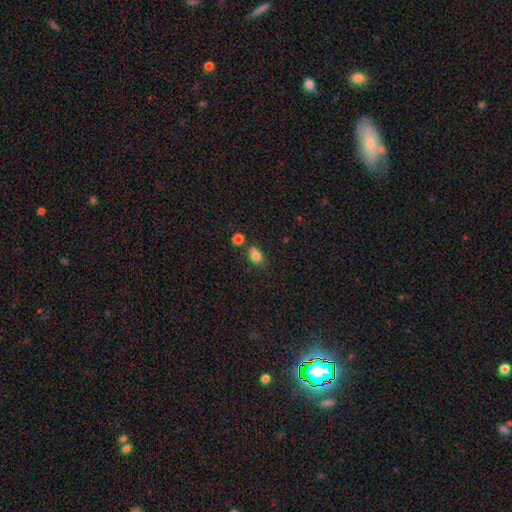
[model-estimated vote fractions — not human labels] smooth-or-featured: smooth: 81% | star or artifact: 11% | featured or disk: 8%
  how-rounded: in between: 74% | round: 24% | cigar-shaped: 3%
  merging: none: 57% | minor disturbance: 20% | merger: 18% | major disturbance: 5%